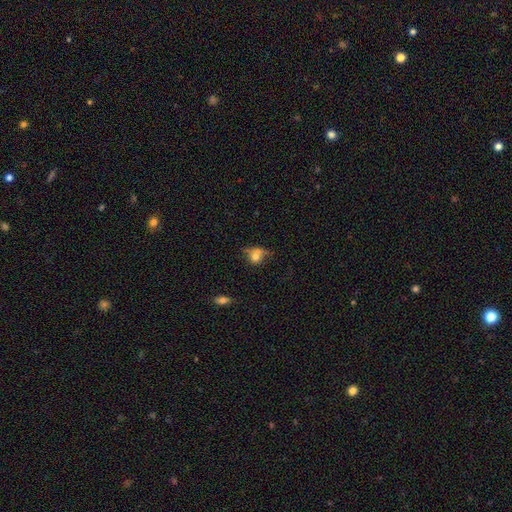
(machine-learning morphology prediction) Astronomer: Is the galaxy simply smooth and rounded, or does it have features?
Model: smooth — 67%.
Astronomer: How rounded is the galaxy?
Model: round — 61%.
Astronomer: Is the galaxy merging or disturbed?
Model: none — 38% (runner-up: merger, 23%).